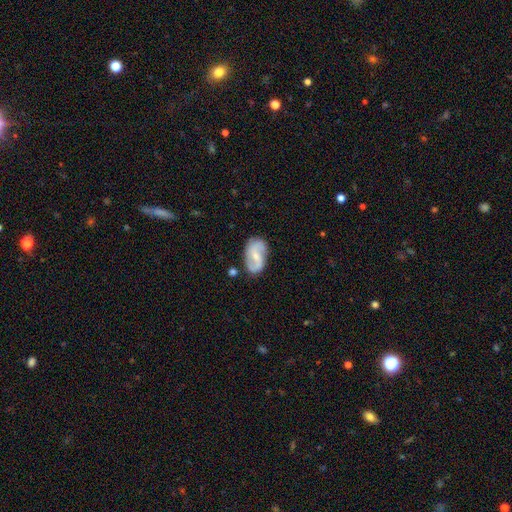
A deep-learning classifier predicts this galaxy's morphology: Smooth or featured: featured or disk — 72% (smooth — 22%)
Edge-on disk: no — 97% (yes — 3%)
Bar: weak — 48% (no — 30%)
Spiral arms: yes — 91% (no — 9%)
Spiral winding: loose — 48% (medium — 36%)
Spiral arm count: 2 — 88% (can't tell — 6%)
Bulge size: small — 58% (moderate — 35%)
Merging: none — 75% (minor disturbance — 17%)